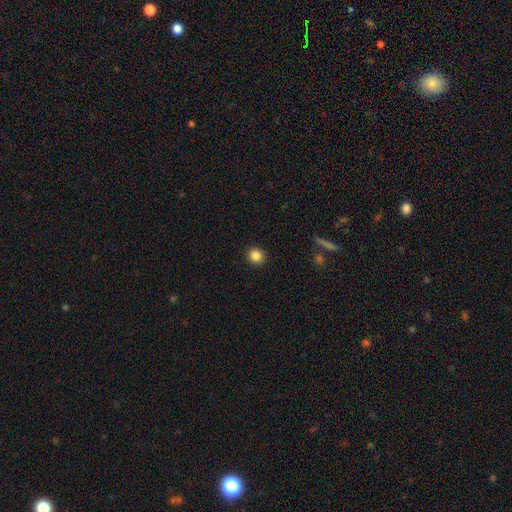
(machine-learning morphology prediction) This appears to be a smooth galaxy with no disk features (86%) that is round (84%). Merging: none (92%).